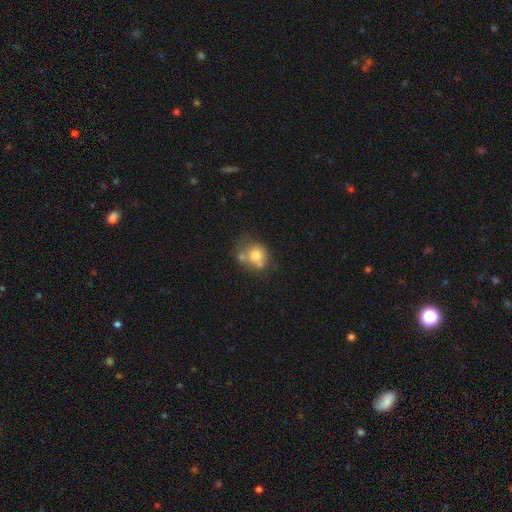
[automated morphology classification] Q: Smooth or featured?
A: smooth (70%); runner-up: featured or disk (19%)
Q: How rounded?
A: round (70%); runner-up: in between (29%)
Q: Merging?
A: none (42%); runner-up: merger (34%)